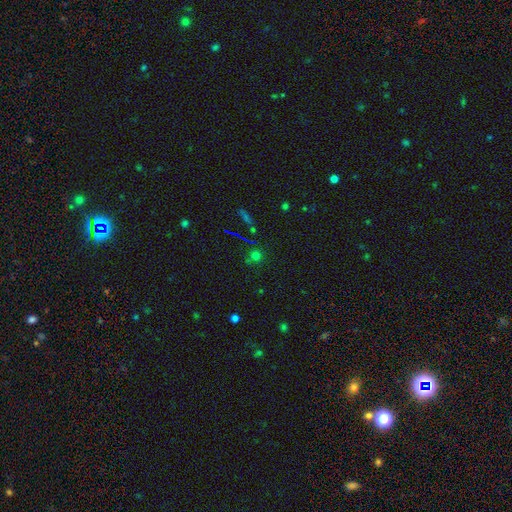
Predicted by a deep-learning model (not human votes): Smooth or featured: smooth — 58% (star or artifact — 34%)
How rounded: round — 92% (in between — 7%)
Merging: none — 79% (minor disturbance — 10%)